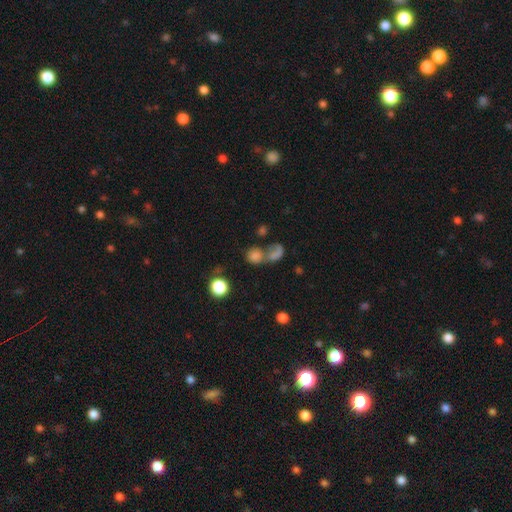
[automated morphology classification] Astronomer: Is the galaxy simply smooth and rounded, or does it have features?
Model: smooth — 71%.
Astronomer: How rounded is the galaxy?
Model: round — 74%.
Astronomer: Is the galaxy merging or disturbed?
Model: merger — 51% (runner-up: none, 31%).